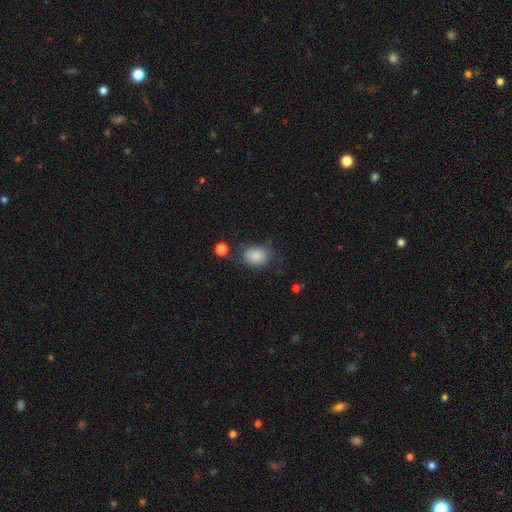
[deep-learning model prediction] A smooth galaxy with no disk features (84%) that is in between round and cigar-shaped (58%).

Vote fractions:
- Smooth or featured? smooth: 84% / star or artifact: 9% / featured or disk: 7%
- How rounded? in between: 58% / round: 41% / cigar-shaped: 1%
- Merging? none: 62% / minor disturbance: 24% / major disturbance: 8% / merger: 5%